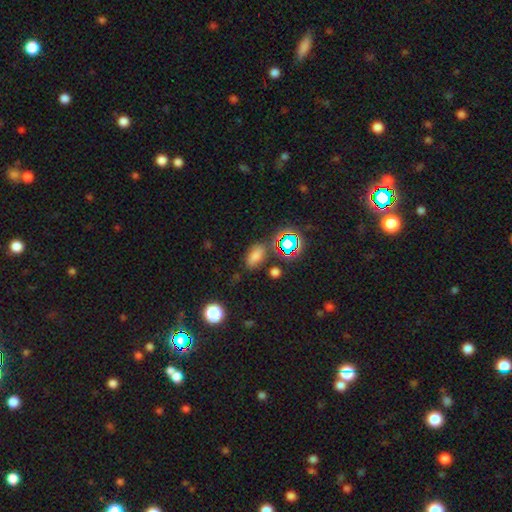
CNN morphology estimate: Smooth or featured? smooth (67%)
How rounded? in between (86%)
Merging? none (69%)